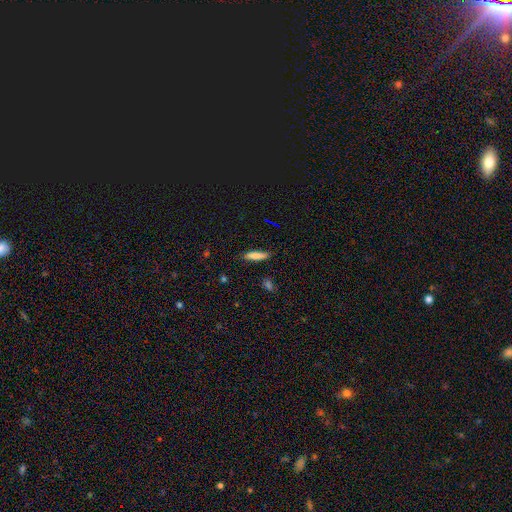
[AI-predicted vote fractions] This is likely a smooth galaxy (79%). How rounded: likely cigar-shaped (69%). Merging: clearly none (84%).